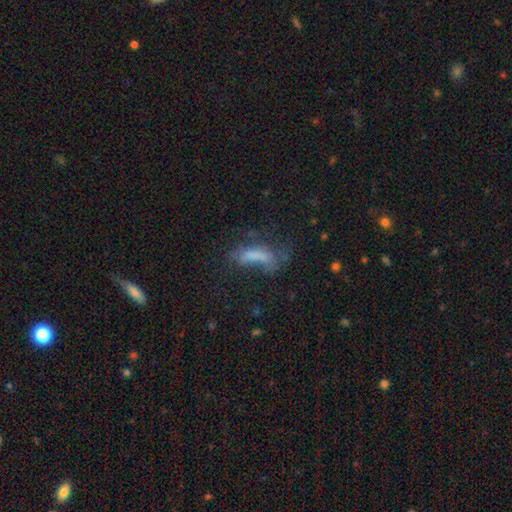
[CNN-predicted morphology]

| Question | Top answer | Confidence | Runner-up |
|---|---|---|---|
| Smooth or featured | smooth | 57% | featured or disk (29%) |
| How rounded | in between | 51% | cigar-shaped (46%) |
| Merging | major disturbance | 39% | none (32%) |